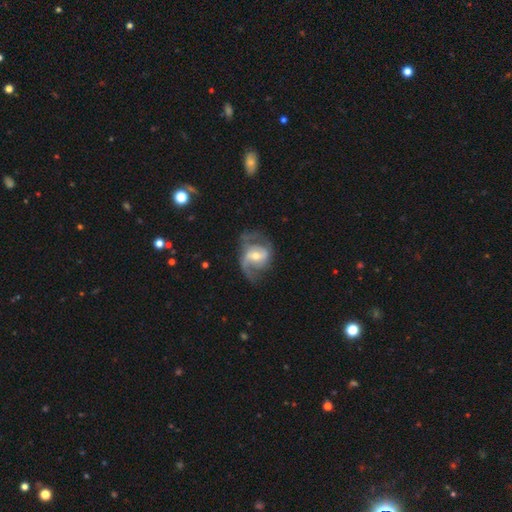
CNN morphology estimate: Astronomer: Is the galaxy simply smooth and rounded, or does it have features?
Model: featured or disk — 83%.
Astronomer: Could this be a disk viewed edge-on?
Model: no — 97%.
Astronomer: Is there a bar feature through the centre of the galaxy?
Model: weak — 46% (runner-up: no, 33%).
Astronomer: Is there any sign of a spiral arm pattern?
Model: yes — 92%.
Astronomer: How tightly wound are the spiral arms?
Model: medium — 46% (runner-up: loose, 38%).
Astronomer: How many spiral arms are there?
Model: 2 — 74%.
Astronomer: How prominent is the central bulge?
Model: moderate — 58% (runner-up: small, 36%).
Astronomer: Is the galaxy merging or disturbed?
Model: none — 55%.